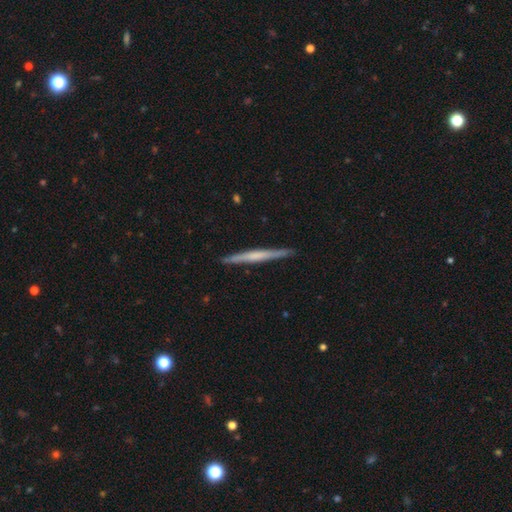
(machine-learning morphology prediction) Smooth or featured? featured or disk (58%)
Edge-on disk? yes (98%)
Edge-on bulge? none (59%)
Merging? none (91%)